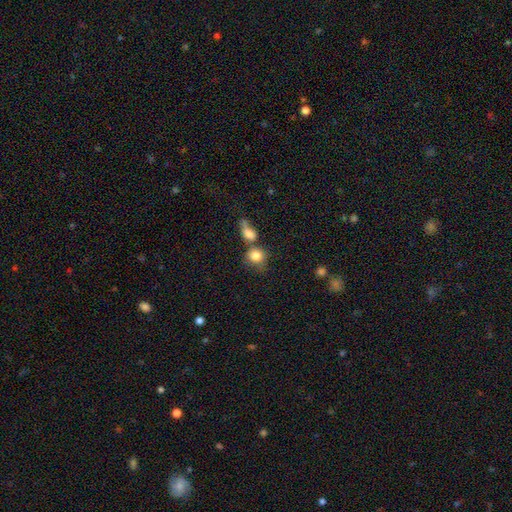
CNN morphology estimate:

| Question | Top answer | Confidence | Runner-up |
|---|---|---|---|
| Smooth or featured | smooth | 81% | star or artifact (9%) |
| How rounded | round | 79% | in between (19%) |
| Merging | none | 41% | tied: merger (41%) |